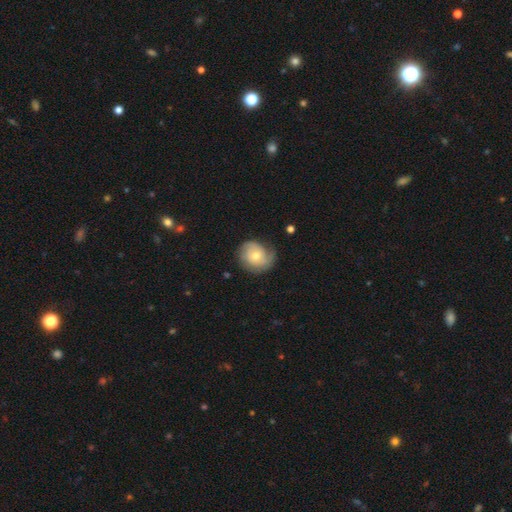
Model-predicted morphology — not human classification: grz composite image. It shows a featured or disk galaxy (57%) with no bar (78%), spiral arms (86%) and a moderate central bulge (55%). Merging: none (64%).